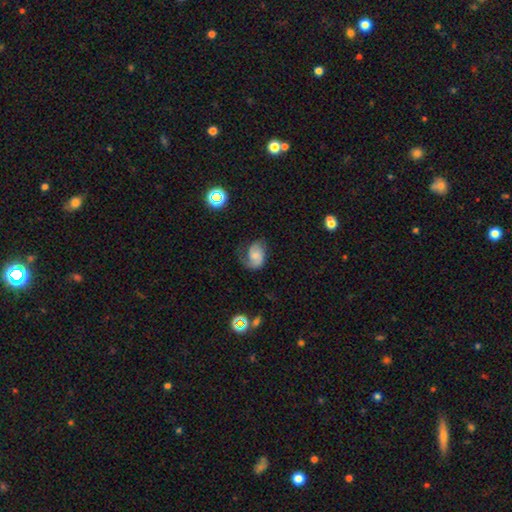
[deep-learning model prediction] featured or disk 50%, smooth 39%, star or artifact 11%. Down the decision tree: edge-on disk — no (97%); merging — none (48%).